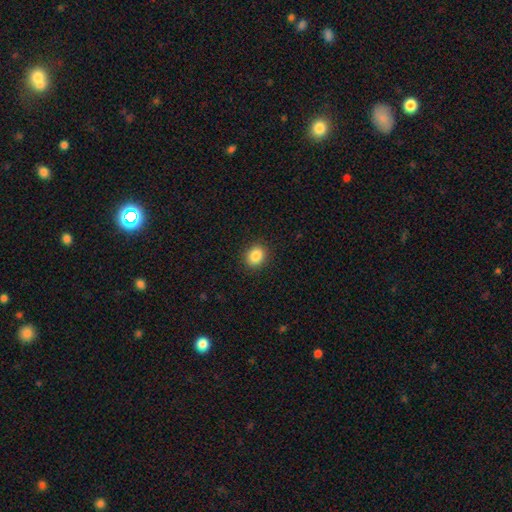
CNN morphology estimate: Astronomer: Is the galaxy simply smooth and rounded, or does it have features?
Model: smooth — 86%.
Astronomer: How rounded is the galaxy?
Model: round — 67%.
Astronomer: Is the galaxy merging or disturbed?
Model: none — 90%.